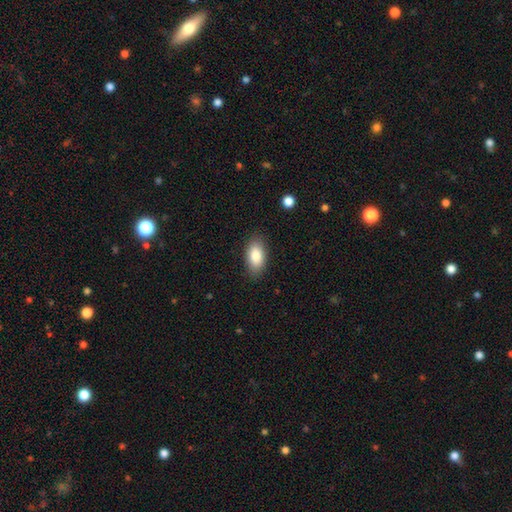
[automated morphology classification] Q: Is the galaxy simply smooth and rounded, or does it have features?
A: smooth — 85%.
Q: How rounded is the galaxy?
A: in between — 93%.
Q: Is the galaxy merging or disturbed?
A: none — 86%.